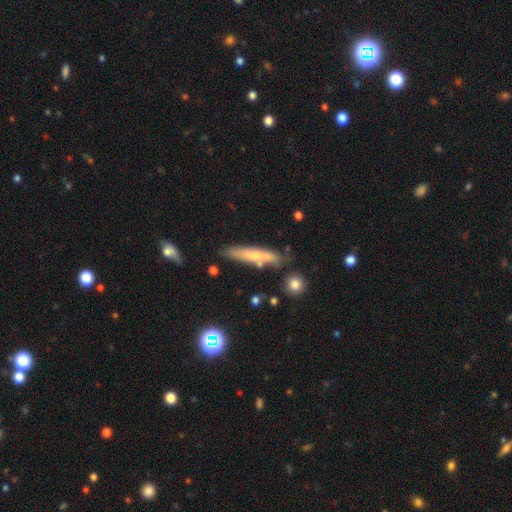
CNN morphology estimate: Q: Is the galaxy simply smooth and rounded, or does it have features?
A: smooth — 58%.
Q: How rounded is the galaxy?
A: cigar-shaped — 87%.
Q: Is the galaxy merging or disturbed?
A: none — 72%.